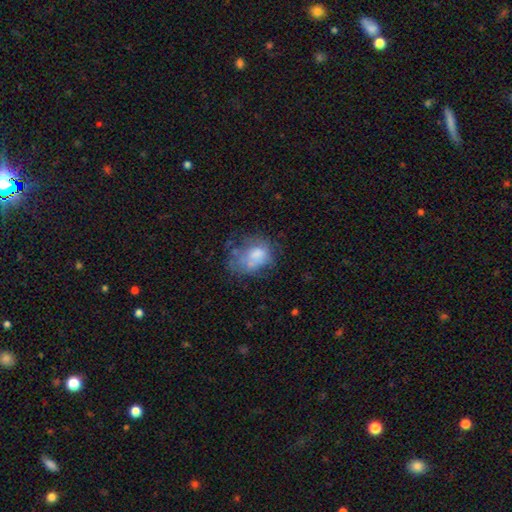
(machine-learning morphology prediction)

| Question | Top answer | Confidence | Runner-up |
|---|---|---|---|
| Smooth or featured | smooth | 55% | featured or disk (34%) |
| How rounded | in between | 67% | round (32%) |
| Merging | none | 33% | major disturbance (31%) |